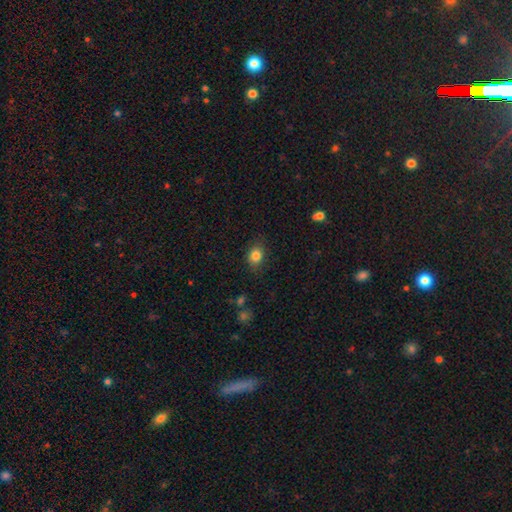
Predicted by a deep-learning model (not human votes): smooth 83%, star or artifact 10%, featured or disk 6%. Down the decision tree: how rounded — round (50%); merging — none (83%).